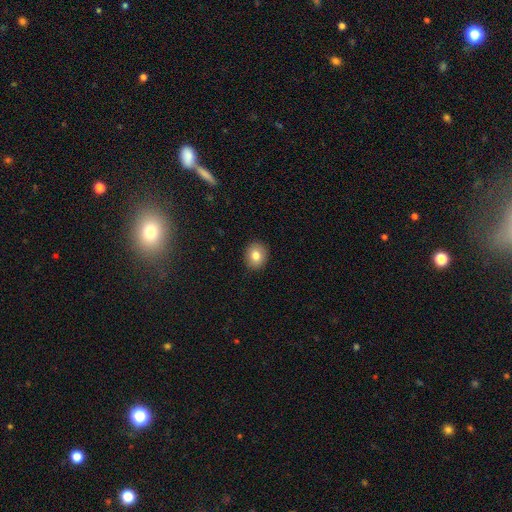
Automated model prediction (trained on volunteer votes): The model was most divided on "how rounded": round: 73%, in between: 26%, cigar-shaped: 1%. More confident: merging — none (91%); smooth or featured — smooth (80%).